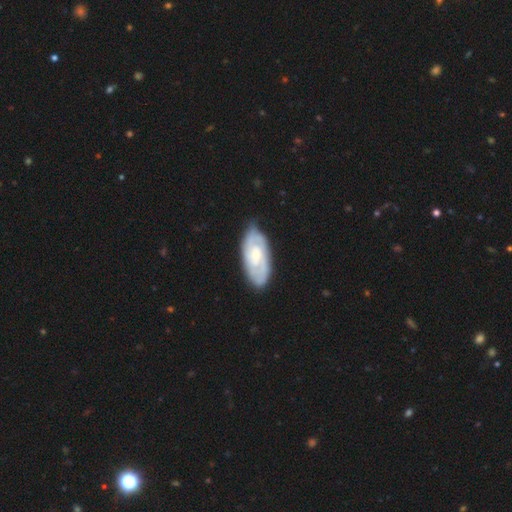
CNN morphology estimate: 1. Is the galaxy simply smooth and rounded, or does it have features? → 73% featured or disk, 22% smooth, 5% star or artifact.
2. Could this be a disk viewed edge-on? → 94% no, 6% yes.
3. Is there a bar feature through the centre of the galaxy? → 65% no, 30% weak, 5% strong.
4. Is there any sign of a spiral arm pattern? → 91% yes, 9% no.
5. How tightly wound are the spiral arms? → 61% tight, 31% medium, 8% loose.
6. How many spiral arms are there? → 40% 2, 33% can't tell, 15% 3, 5% 4, 3% 1, 3% more than 4.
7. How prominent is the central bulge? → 52% small, 41% moderate, 3% none, 3% large, 1% dominant.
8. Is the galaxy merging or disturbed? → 77% none, 18% minor disturbance, 4% major disturbance, 1% merger.